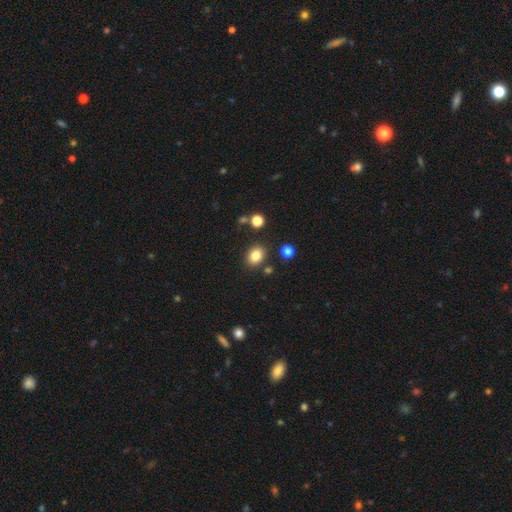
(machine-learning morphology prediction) smooth 83%, star or artifact 11%, featured or disk 6%. Down the decision tree: how rounded — in between (52%); merging — none (84%).